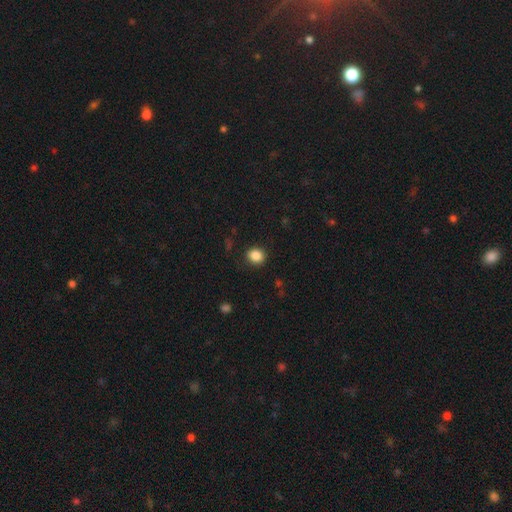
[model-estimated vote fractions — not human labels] smooth 86%, star or artifact 10%, featured or disk 4%. Down the decision tree: how rounded — round (74%); merging — none (89%).